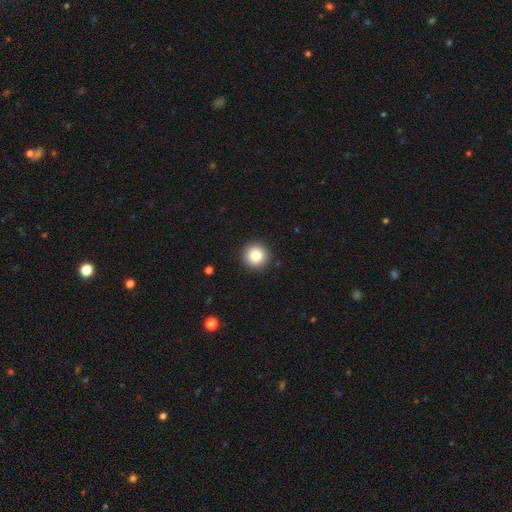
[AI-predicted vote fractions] A smooth galaxy with no disk features (85%) that is round (95%). Merging: none (92%).